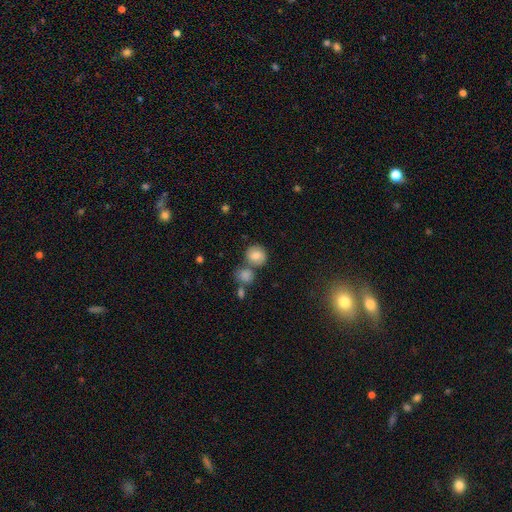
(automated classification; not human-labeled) smooth_or_featured: smooth (p=0.75) [alt: featured or disk p=0.15]
how_rounded: round (p=0.80) [alt: in between p=0.19]
merging: none (p=0.57) [alt: merger p=0.27]